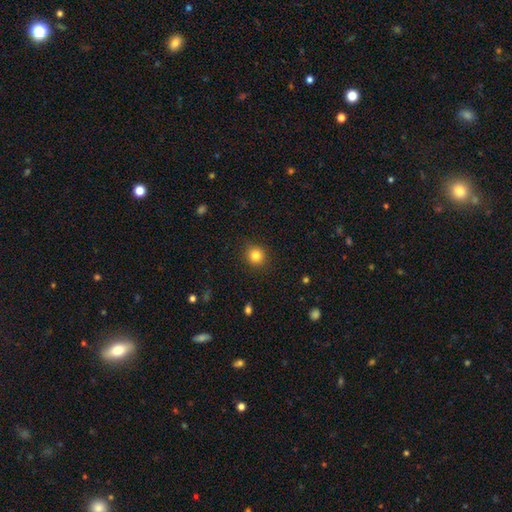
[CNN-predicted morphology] Smooth or featured: smooth — 83% (star or artifact — 12%)
How rounded: round — 90% (in between — 9%)
Merging: none — 89% (minor disturbance — 7%)